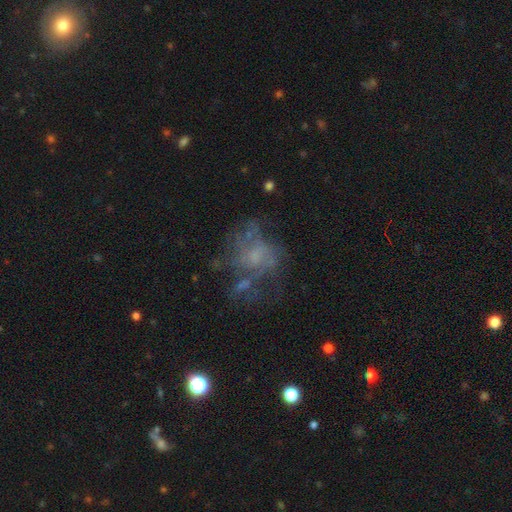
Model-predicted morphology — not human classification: Q: Smooth or featured?
A: featured or disk (56%); runner-up: smooth (27%)
Q: Edge-on disk?
A: no (98%); runner-up: yes (2%)
Q: Bar?
A: no (81%); runner-up: weak (17%)
Q: Spiral arms?
A: no (61%); runner-up: yes (39%)
Q: Bulge size?
A: none (42%); runner-up: small (32%)
Q: Merging?
A: none (41%); runner-up: major disturbance (32%)